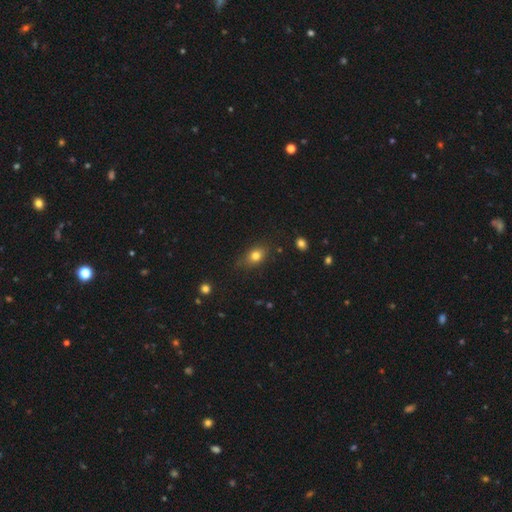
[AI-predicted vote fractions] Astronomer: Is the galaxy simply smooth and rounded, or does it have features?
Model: smooth — 77%.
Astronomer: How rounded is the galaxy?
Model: in between — 66%.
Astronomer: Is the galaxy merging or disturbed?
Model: none — 75%.